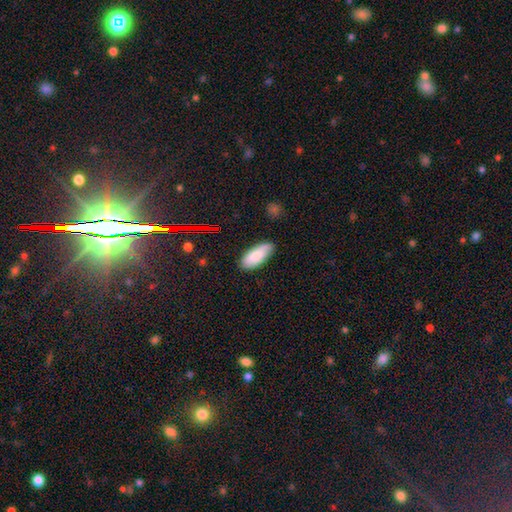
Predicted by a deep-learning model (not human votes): A smooth galaxy with no disk features (84%) that is in between round and cigar-shaped (83%). Merging: none (81%).